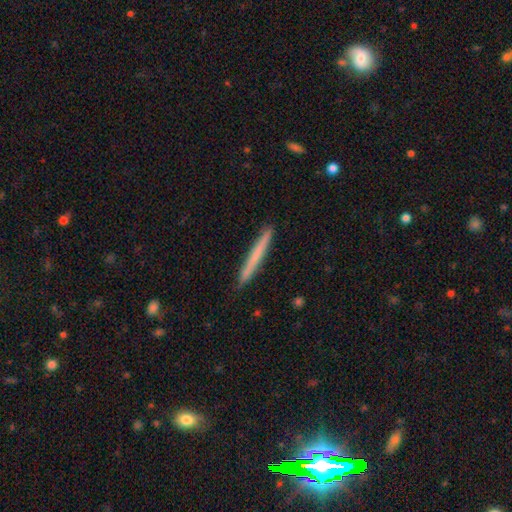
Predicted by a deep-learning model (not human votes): Overall: smooth (63%; featured or disk 31%). How rounded: cigar-shaped (97%). Merging: none (92%).